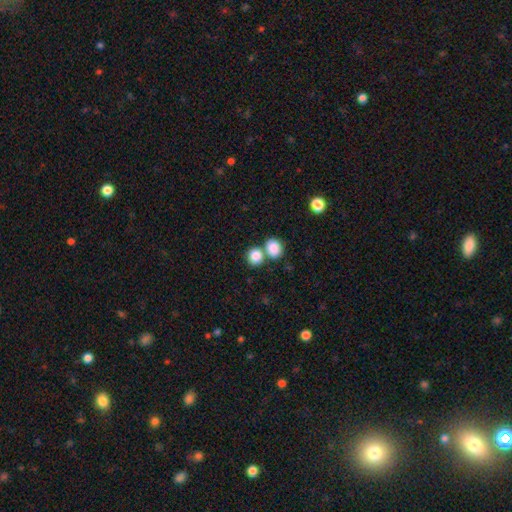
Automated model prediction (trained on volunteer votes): Q: Smooth or featured?
A: smooth (85%); runner-up: star or artifact (9%)
Q: How rounded?
A: round (79%); runner-up: in between (20%)
Q: Merging?
A: none (50%); runner-up: merger (41%)